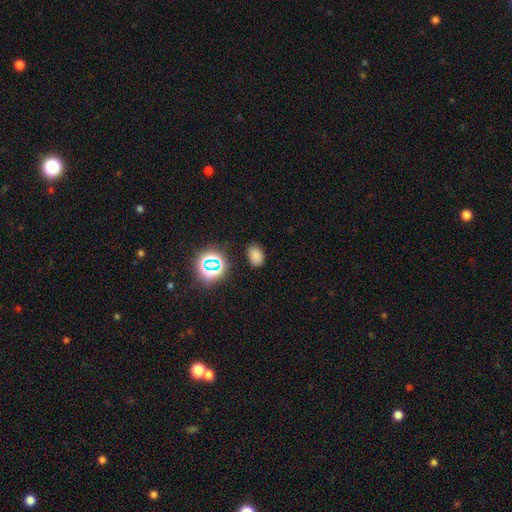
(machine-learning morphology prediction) Smooth or featured? smooth (73%)
How rounded? in between (77%)
Merging? none (83%)